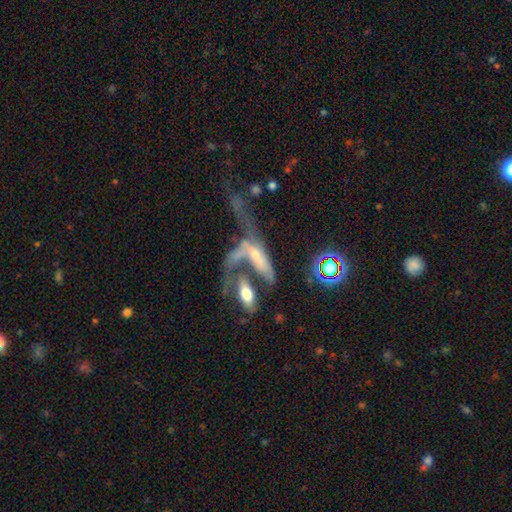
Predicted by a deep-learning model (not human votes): Smooth or featured? featured or disk (53%)
Edge-on disk? no (64%)
Merging? merger (57%)